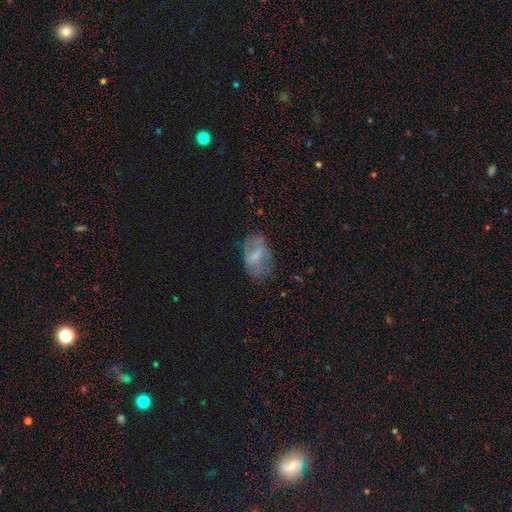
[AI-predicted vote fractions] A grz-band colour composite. It shows a featured or disk galaxy (46%). Merging: none (57%).